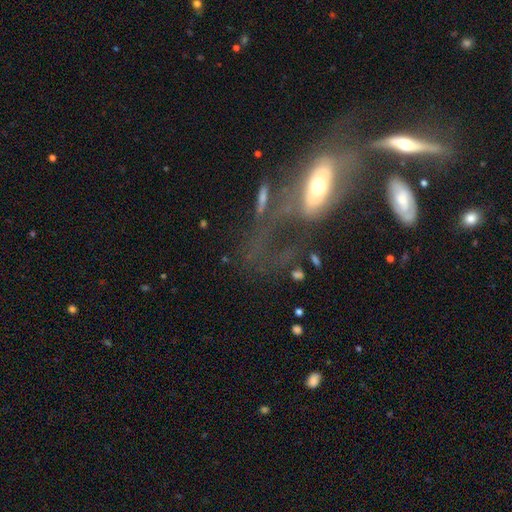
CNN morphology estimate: A featured or disk galaxy (52%).

Vote fractions:
- Smooth or featured? featured or disk: 52% / smooth: 34% / star or artifact: 13%
- Edge-on disk? no: 77% / yes: 23%
- Merging? major disturbance: 39% / none: 25% / merger: 22% / minor disturbance: 13%